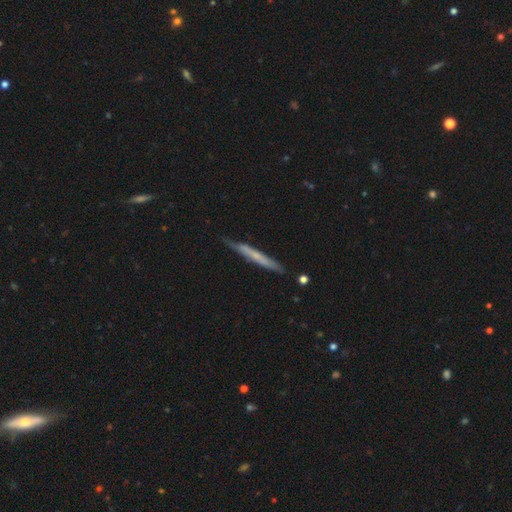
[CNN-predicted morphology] A featured or disk galaxy (47%).

Vote fractions:
- Smooth or featured? featured or disk: 47% / smooth: 46% / star or artifact: 6%
- Merging? none: 77% / minor disturbance: 18% / major disturbance: 3% / merger: 2%